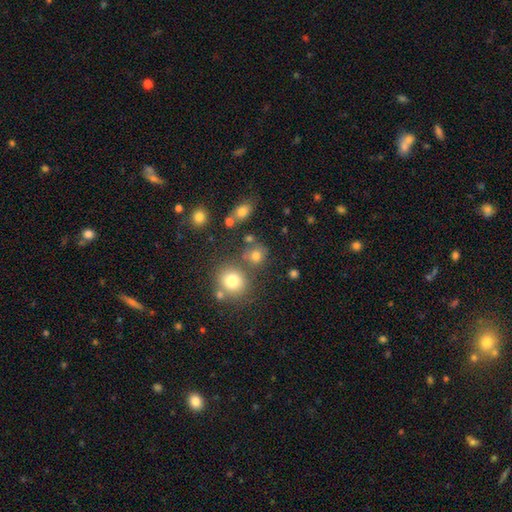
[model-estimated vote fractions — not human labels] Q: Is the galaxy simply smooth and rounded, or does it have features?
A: smooth — 75%.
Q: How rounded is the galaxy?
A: round — 82%.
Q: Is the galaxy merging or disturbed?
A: none — 67%.